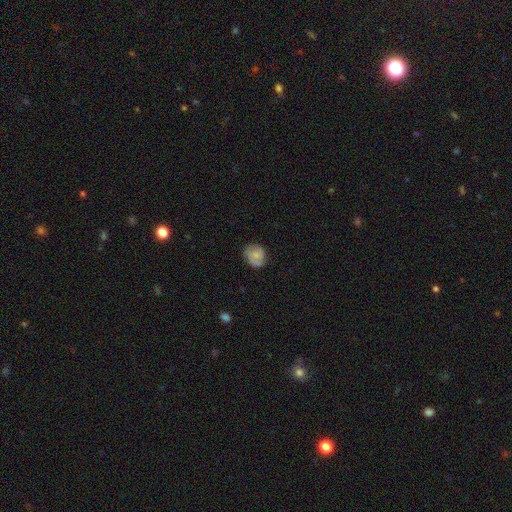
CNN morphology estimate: Smooth or featured? smooth (64%)
How rounded? round (64%)
Merging? none (70%)